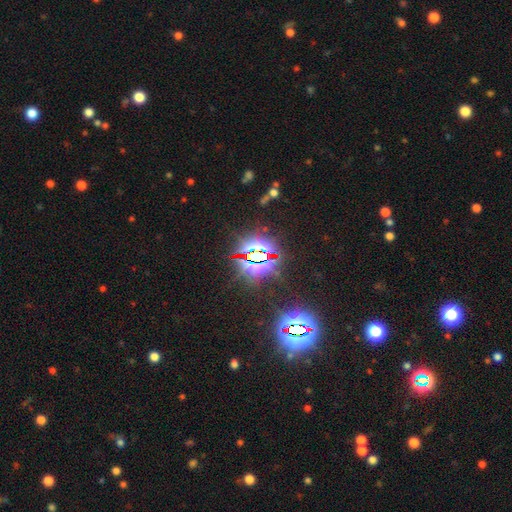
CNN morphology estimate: Smooth or featured?
  - star or artifact: 81% *
  - smooth: 11%
  - featured or disk: 8%